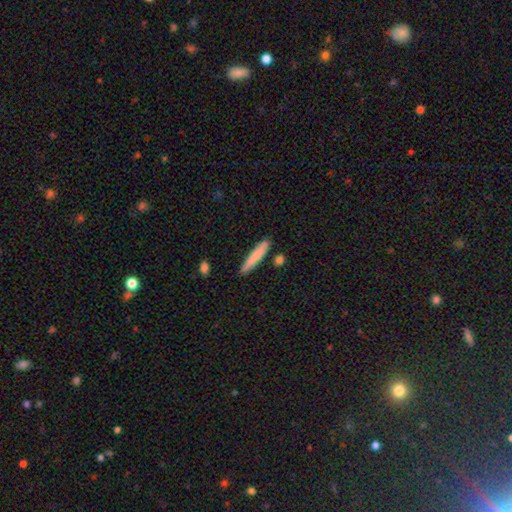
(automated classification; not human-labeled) Overall: smooth (79%). How rounded: cigar-shaped (93%). Merging: none (86%).